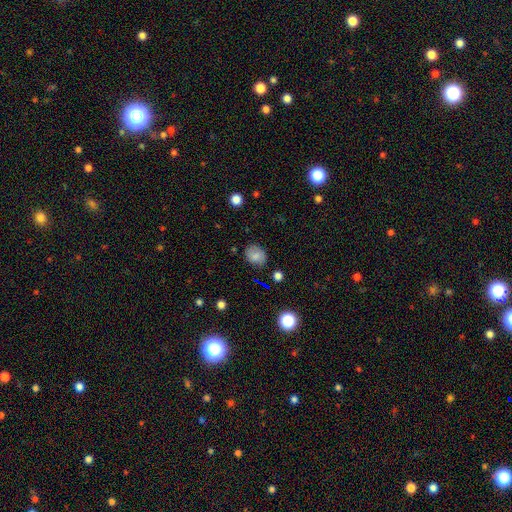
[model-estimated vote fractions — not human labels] Morphology: type=smooth (75%); roundness=round (52%); merging=none (78%).